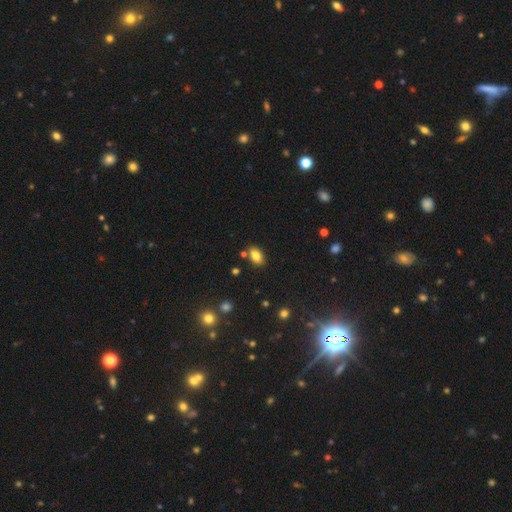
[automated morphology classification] Q: Smooth or featured?
A: smooth (81%); runner-up: star or artifact (10%)
Q: How rounded?
A: in between (88%); runner-up: round (10%)
Q: Merging?
A: none (79%); runner-up: minor disturbance (11%)